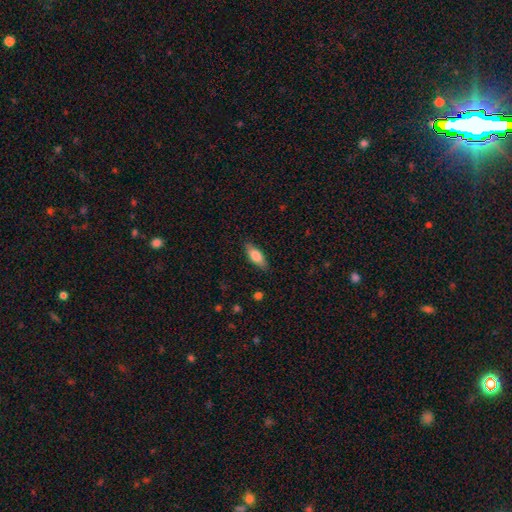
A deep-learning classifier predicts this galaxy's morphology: A smooth galaxy with no disk features (77%) that is in between round and cigar-shaped (73%). Merging: none (83%).